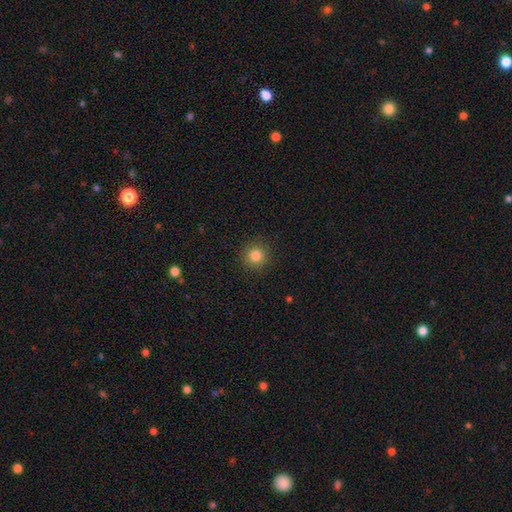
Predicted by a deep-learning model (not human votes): Smooth or featured?
  - smooth: 83% *
  - star or artifact: 12%
  - featured or disk: 5%
How rounded?
  - round: 95% *
  - in between: 5%
  - cigar-shaped: 1%
Merging?
  - none: 91% *
  - minor disturbance: 6%
  - major disturbance: 2%
  - merger: 1%